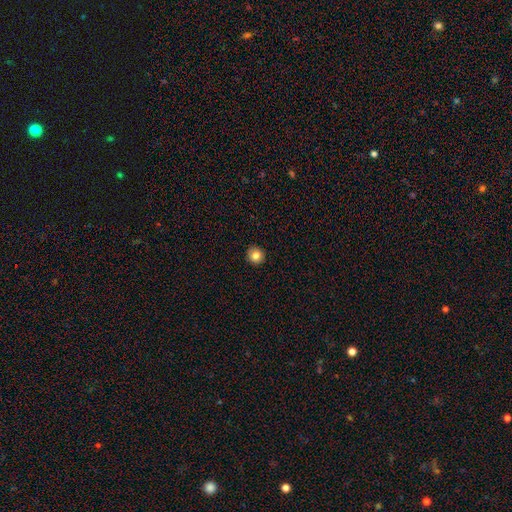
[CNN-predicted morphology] Smooth or featured? Predicted: smooth (p=0.83). How rounded? Predicted: round (p=0.91). Merging? Predicted: none (p=0.92).